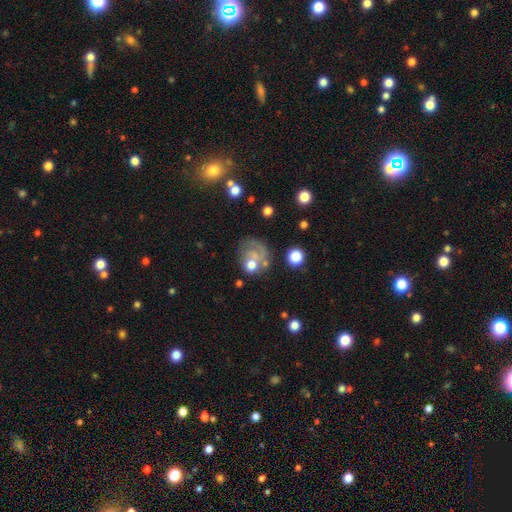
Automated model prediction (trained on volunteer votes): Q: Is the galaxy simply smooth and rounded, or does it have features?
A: featured or disk — 50%.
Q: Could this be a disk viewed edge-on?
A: no — 97%.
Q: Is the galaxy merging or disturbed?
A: none — 40%.